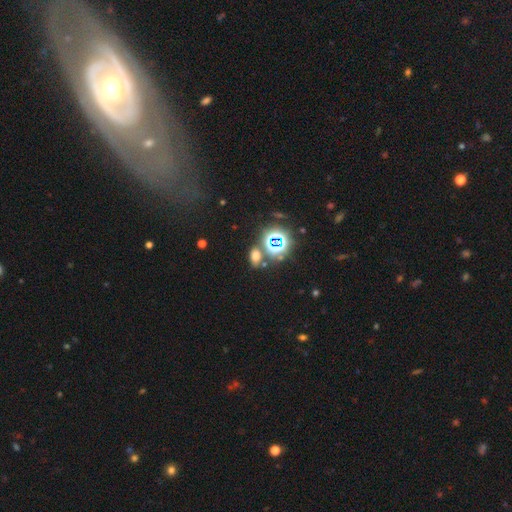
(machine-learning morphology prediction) Overall: smooth (55%; star or artifact 37%). How rounded: in between (76%). Merging: none (72%).